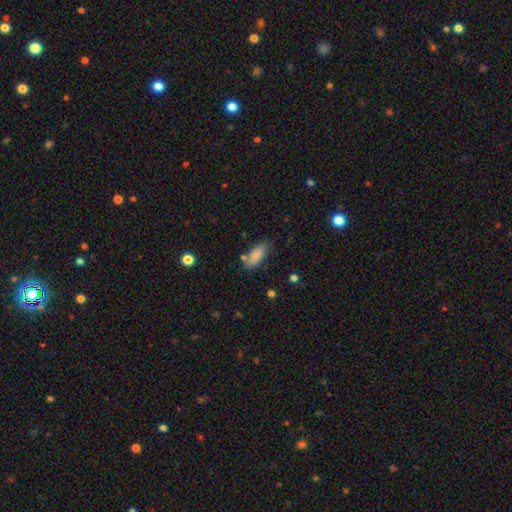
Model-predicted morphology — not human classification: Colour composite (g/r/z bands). It shows a smooth galaxy with no disk features (87%) that is in between round and cigar-shaped (86%). Merging: none (71%).